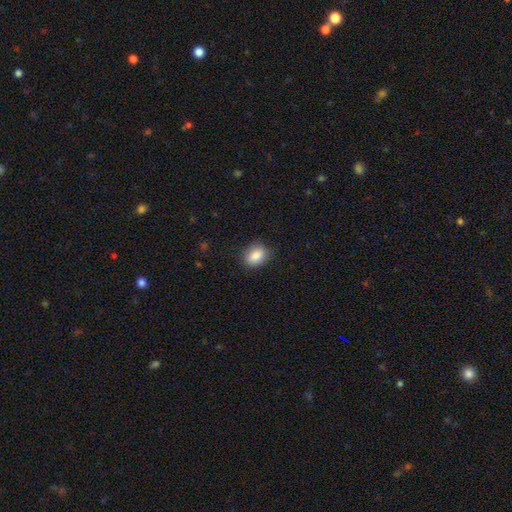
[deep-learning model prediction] This is clearly a smooth galaxy (87%). How rounded: likely in between (70%). Merging: clearly none (83%).